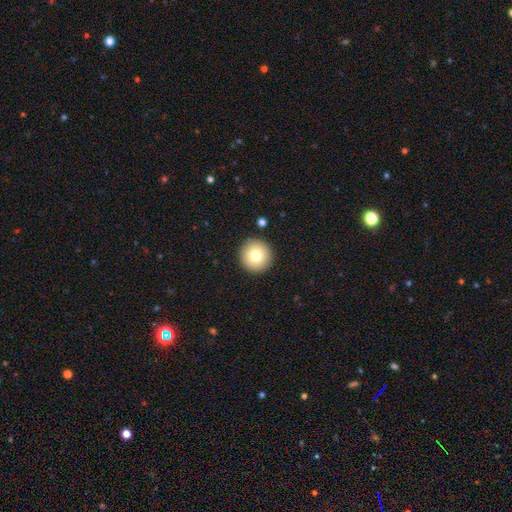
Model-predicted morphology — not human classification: This is likely a smooth galaxy (77%). How rounded: clearly round (96%). Merging: clearly none (92%).